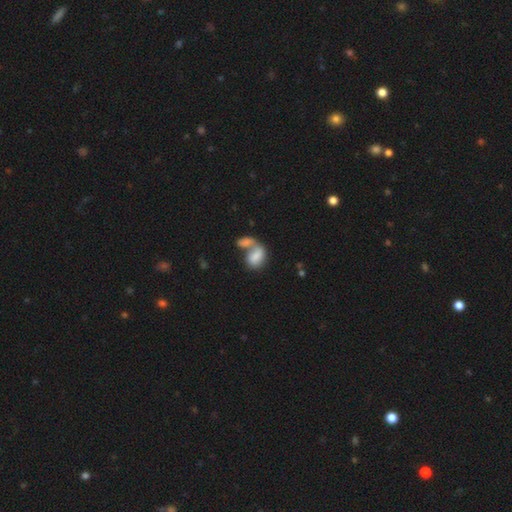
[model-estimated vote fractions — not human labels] A smooth galaxy with no disk features (78%) that is in between round and cigar-shaped (85%).

Vote fractions:
- Smooth or featured? smooth: 78% / featured or disk: 15% / star or artifact: 8%
- How rounded? in between: 85% / round: 13% / cigar-shaped: 2%
- Merging? merger: 66% / none: 18% / major disturbance: 8% / minor disturbance: 8%